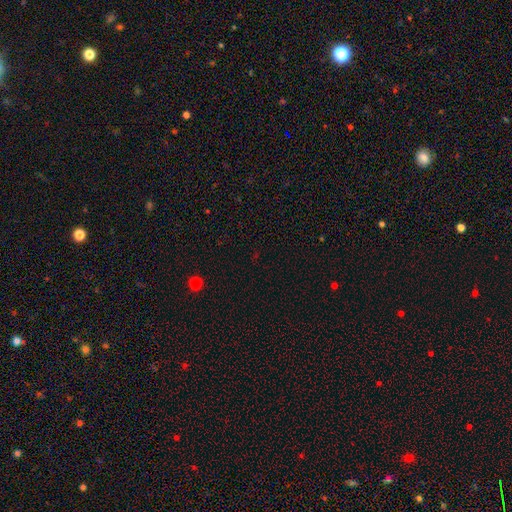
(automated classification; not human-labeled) Q: Smooth or featured?
A: star or artifact (66%); runner-up: smooth (27%)